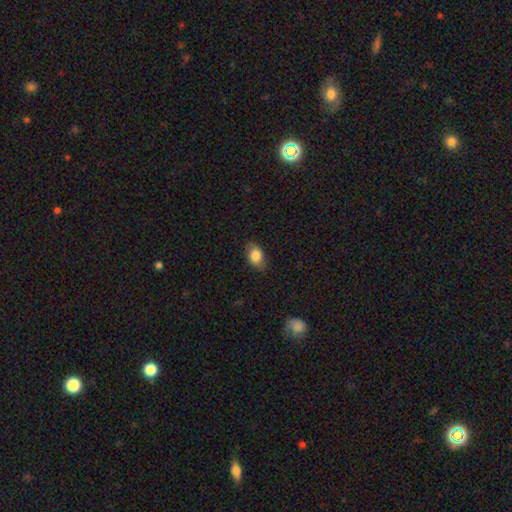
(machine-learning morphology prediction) A smooth galaxy with no disk features (81%) that is in between round and cigar-shaped (84%). Merging: none (80%).